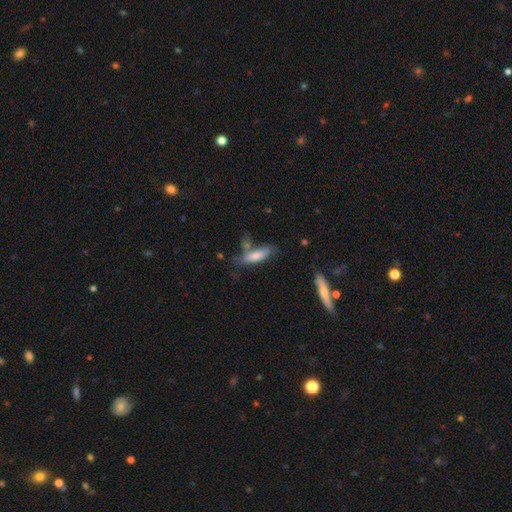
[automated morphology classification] Smooth or featured: smooth — 74% (featured or disk — 19%)
How rounded: cigar-shaped — 57% (in between — 41%)
Merging: none — 53% (minor disturbance — 22%)